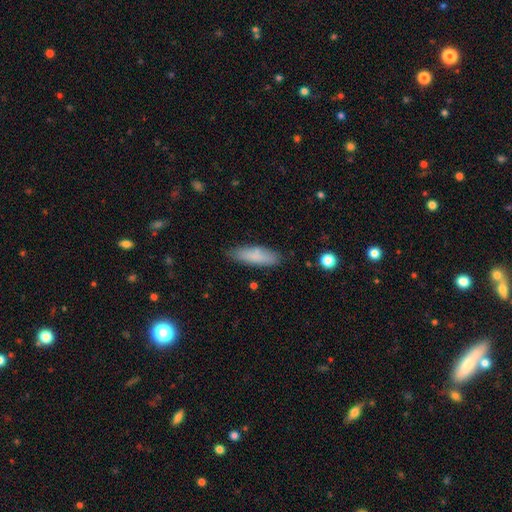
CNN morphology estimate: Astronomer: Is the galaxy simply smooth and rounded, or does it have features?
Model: smooth — 82%.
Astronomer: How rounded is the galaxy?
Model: cigar-shaped — 51% (runner-up: in between, 47%).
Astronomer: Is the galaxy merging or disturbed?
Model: none — 80%.